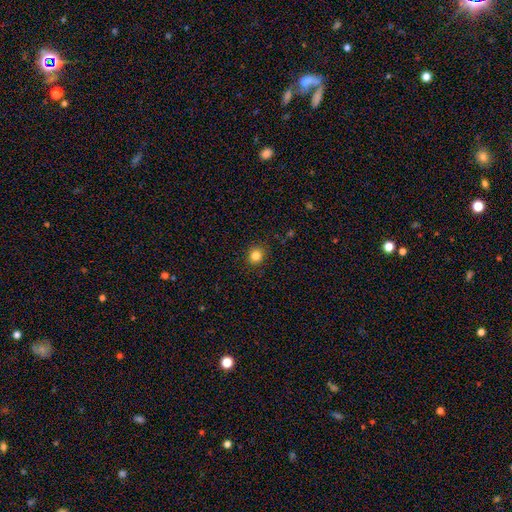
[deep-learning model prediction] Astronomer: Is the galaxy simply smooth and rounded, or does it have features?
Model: smooth — 84%.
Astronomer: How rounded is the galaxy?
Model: round — 83%.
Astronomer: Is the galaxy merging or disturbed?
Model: none — 89%.